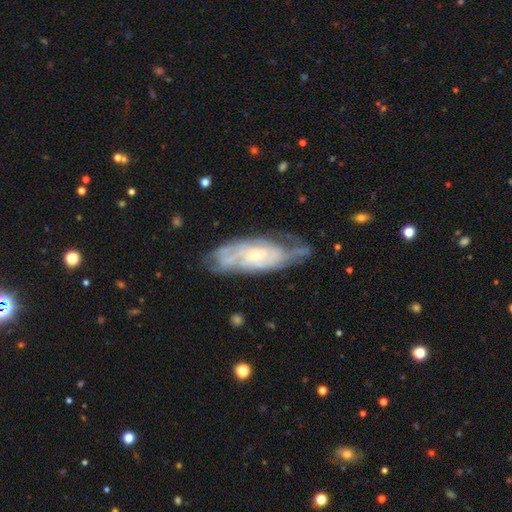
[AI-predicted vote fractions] A featured or disk galaxy (79%) with no bar (68%), tight (62%) spiral arms (88%) and a small central bulge (70%).

Vote fractions:
- Smooth or featured? featured or disk: 79% / smooth: 15% / star or artifact: 6%
- Edge-on disk? no: 89% / yes: 11%
- Bar? no: 68% / weak: 26% / strong: 6%
- Spiral arms? yes: 88% / no: 12%
- Spiral winding? tight: 62% / medium: 30% / loose: 8%
- Spiral arm count? can't tell: 52% / 2: 20% / 3: 11% / 4: 9% / more than 4: 4% / 1: 4%
- Bulge size? small: 70% / moderate: 24% / none: 3% / large: 2% / dominant: 1%
- Merging? none: 58% / minor disturbance: 26% / major disturbance: 13% / merger: 3%